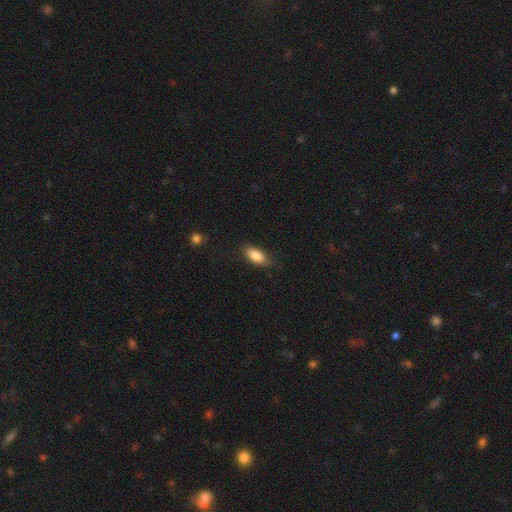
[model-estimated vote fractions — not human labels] Smooth or featured? Predicted: smooth (p=0.86). How rounded? Predicted: in between (p=0.86). Merging? Predicted: none (p=0.77).